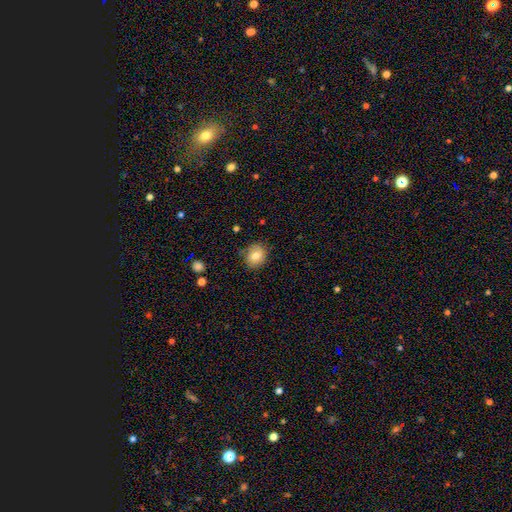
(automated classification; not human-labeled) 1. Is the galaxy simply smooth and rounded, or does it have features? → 78% smooth, 13% featured or disk, 9% star or artifact.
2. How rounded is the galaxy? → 64% round, 35% in between, 1% cigar-shaped.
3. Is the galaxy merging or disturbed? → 81% none, 15% minor disturbance, 3% major disturbance, 1% merger.